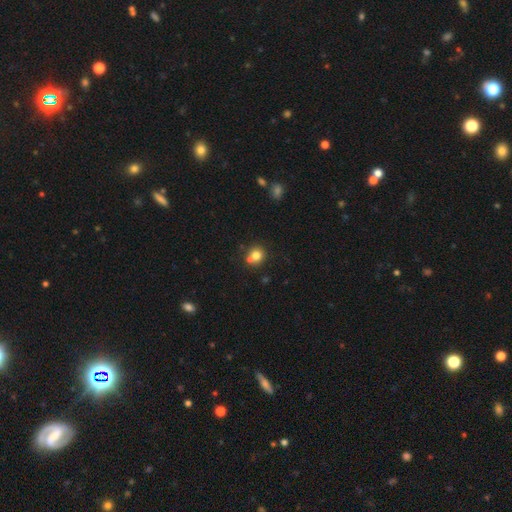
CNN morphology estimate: Overall: smooth (77%). How rounded: round (88%). Merging: none (58%; merger 31%).